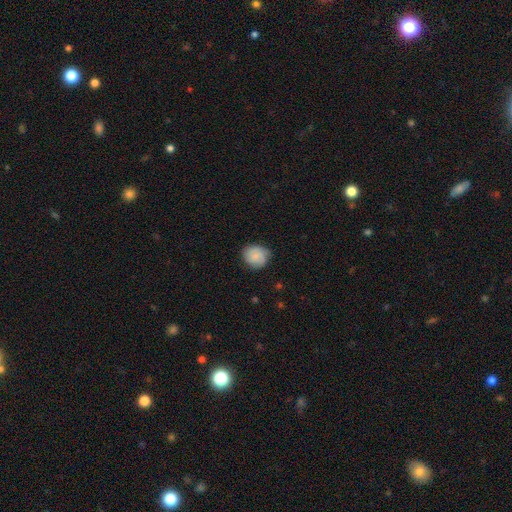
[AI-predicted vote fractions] A smooth galaxy with no disk features (73%) that is round (79%). Merging: none (77%).